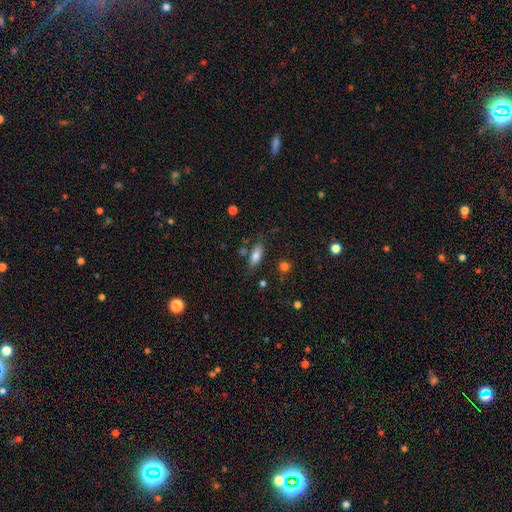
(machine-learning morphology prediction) A smooth galaxy with no disk features (78%) that is in between round and cigar-shaped (73%). Merging: none (72%).